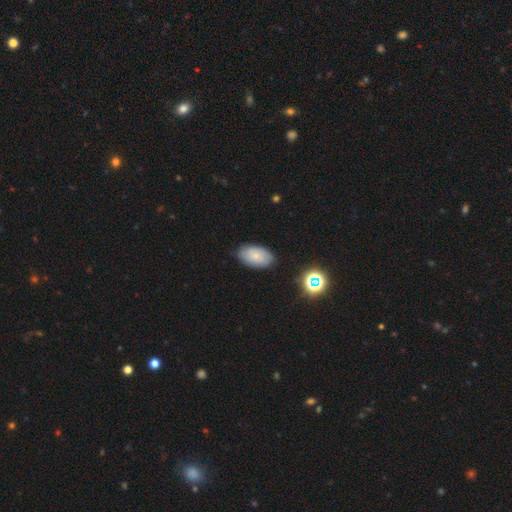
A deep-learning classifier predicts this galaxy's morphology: This appears to be a smooth galaxy with no disk features (65%) that is in between round and cigar-shaped (93%). Merging: none (81%).